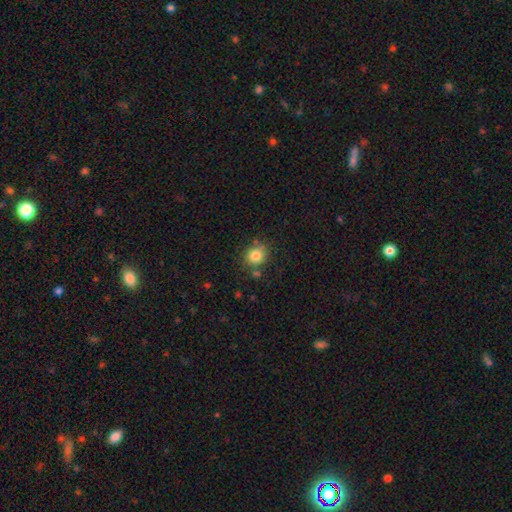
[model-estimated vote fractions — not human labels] smooth_or_featured: smooth (p=0.82) [alt: star or artifact p=0.10]
how_rounded: round (p=0.77) [alt: in between p=0.22]
merging: none (p=0.74) [alt: minor disturbance p=0.15]